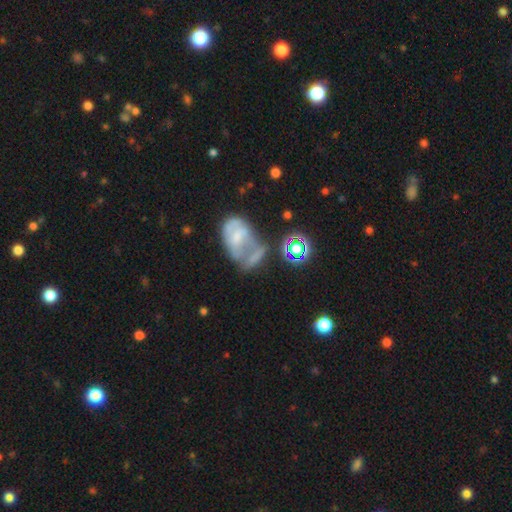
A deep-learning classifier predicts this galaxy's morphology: This appears to be a featured or disk galaxy (46%). Merging: merger (39%).